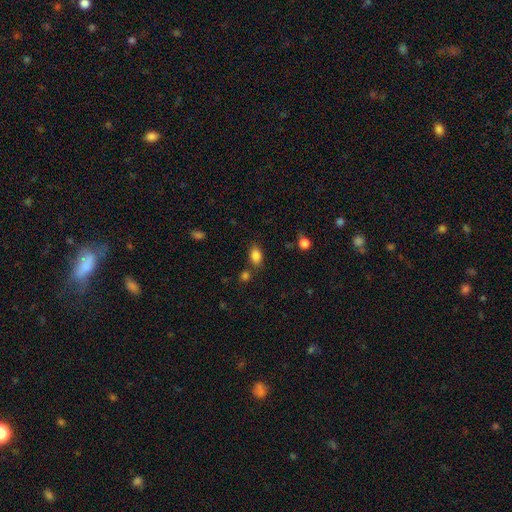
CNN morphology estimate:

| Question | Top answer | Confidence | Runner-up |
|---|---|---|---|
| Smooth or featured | smooth | 84% | star or artifact (10%) |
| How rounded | in between | 84% | round (14%) |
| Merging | none | 74% | minor disturbance (14%) |